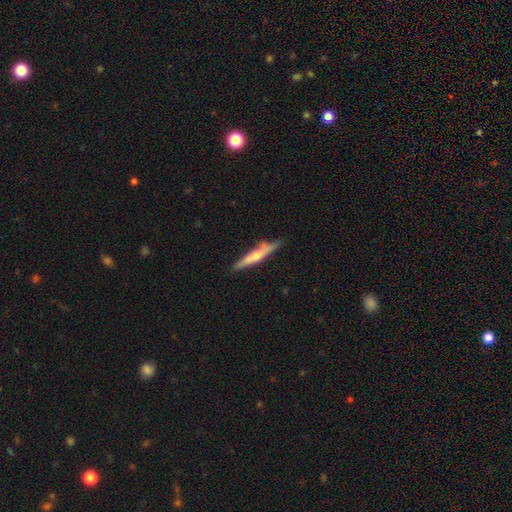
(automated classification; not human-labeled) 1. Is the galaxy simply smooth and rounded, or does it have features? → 50% featured or disk, 45% smooth, 6% star or artifact.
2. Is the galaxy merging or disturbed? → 74% none, 19% minor disturbance, 4% merger, 3% major disturbance.